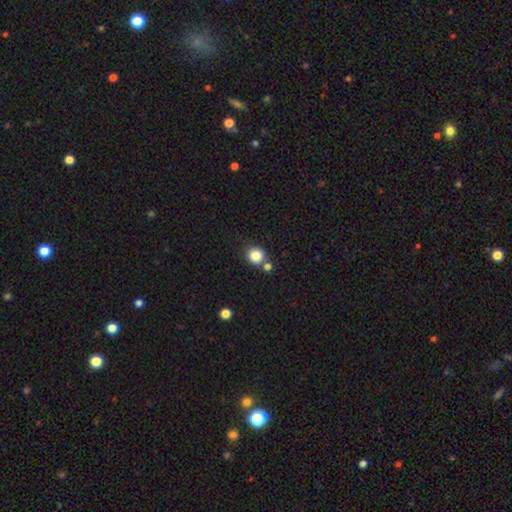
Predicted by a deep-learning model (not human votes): Overall: smooth (83%). How rounded: round (88%). Merging: none (70%).